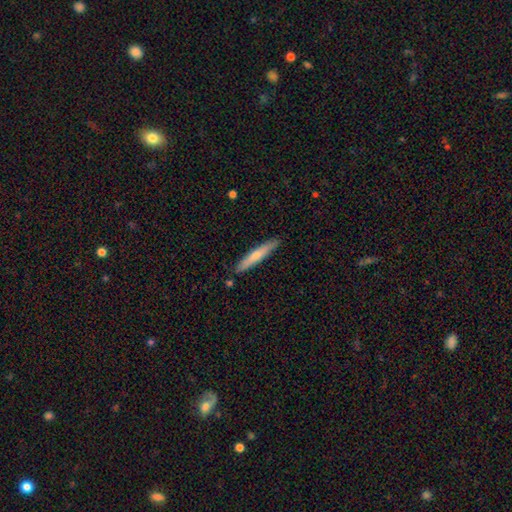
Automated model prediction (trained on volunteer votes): Overall: smooth (65%; featured or disk 30%). How rounded: cigar-shaped (94%). Merging: none (88%).